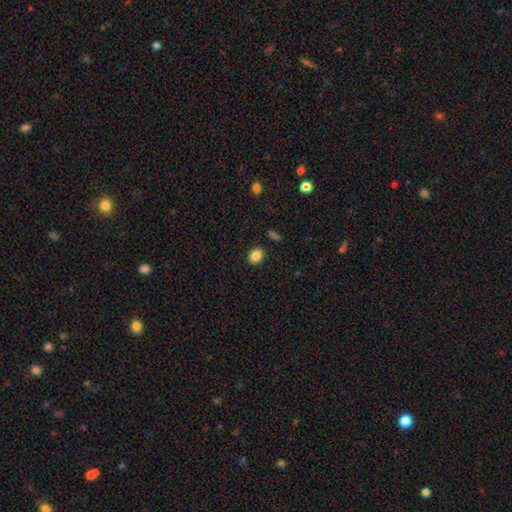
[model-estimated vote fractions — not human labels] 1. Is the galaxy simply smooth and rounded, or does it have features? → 85% smooth, 10% star or artifact, 5% featured or disk.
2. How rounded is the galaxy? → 52% round, 47% in between, 1% cigar-shaped.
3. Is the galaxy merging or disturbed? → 88% none, 8% minor disturbance, 2% major disturbance, 2% merger.